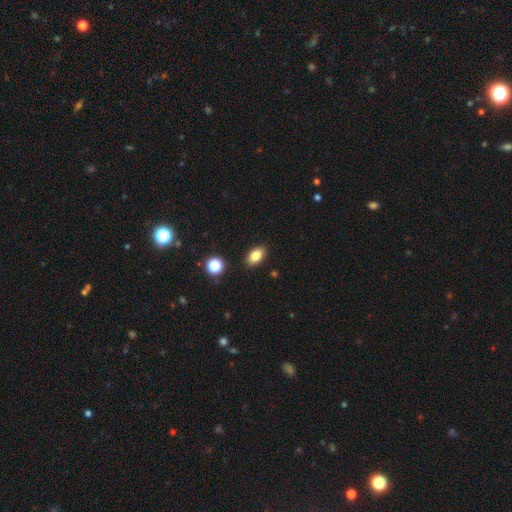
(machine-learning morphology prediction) Q: Smooth or featured?
A: smooth (82%); runner-up: star or artifact (9%)
Q: How rounded?
A: in between (89%); runner-up: round (8%)
Q: Merging?
A: none (88%); runner-up: minor disturbance (8%)